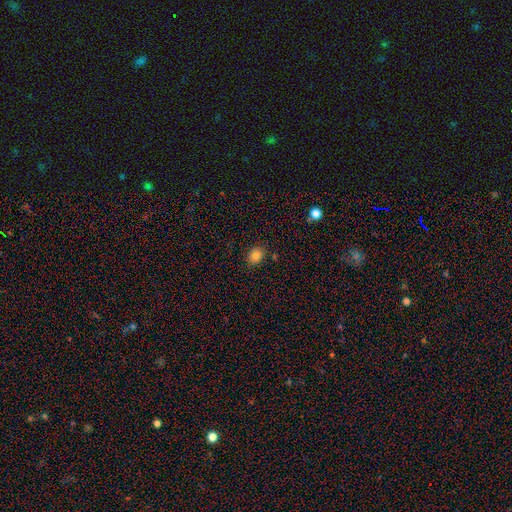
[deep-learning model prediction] Smooth or featured? smooth (82%)
How rounded? in between (54%)
Merging? none (85%)